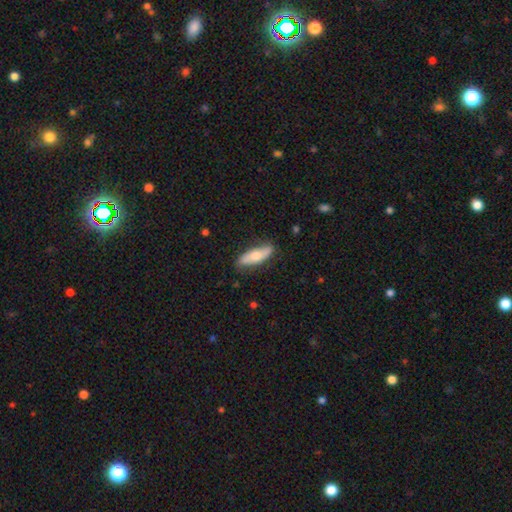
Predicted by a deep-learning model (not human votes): smooth-or-featured: smooth: 60% | featured or disk: 35% | star or artifact: 5%
  how-rounded: in between: 53% | cigar-shaped: 45% | round: 2%
  merging: none: 80% | minor disturbance: 16% | major disturbance: 3% | merger: 1%